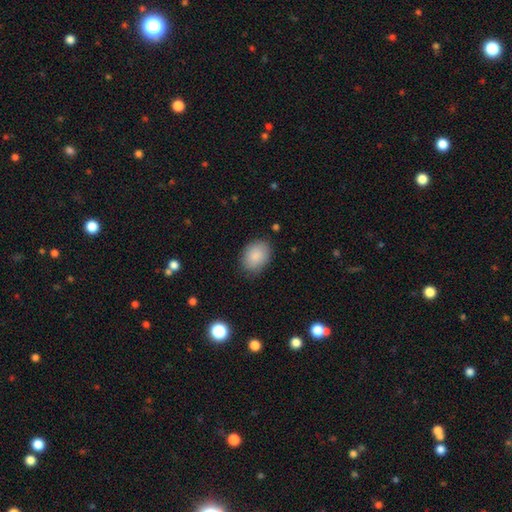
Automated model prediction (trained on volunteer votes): Overall: smooth (87%). How rounded: in between (74%). Merging: none (83%).